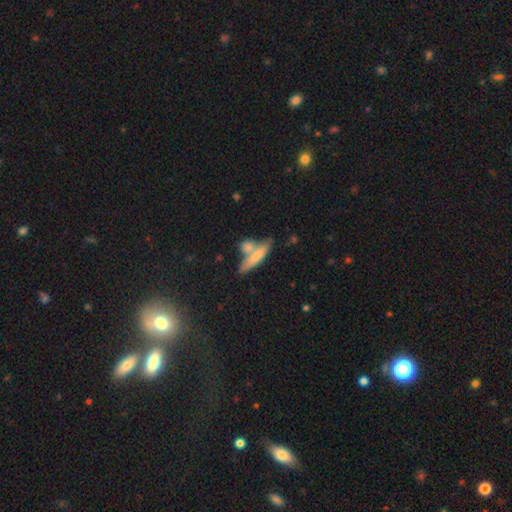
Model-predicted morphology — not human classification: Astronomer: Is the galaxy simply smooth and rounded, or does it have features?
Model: smooth — 64%.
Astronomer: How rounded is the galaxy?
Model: cigar-shaped — 71%.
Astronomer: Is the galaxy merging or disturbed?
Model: none — 50% (runner-up: merger, 34%).